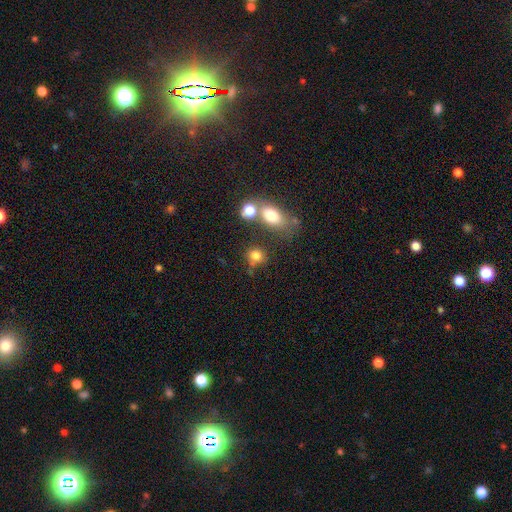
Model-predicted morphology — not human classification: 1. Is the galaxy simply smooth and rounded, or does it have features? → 78% smooth, 14% star or artifact, 8% featured or disk.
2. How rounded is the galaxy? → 70% round, 28% in between, 2% cigar-shaped.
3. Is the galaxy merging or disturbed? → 58% none, 21% merger, 13% minor disturbance, 7% major disturbance.